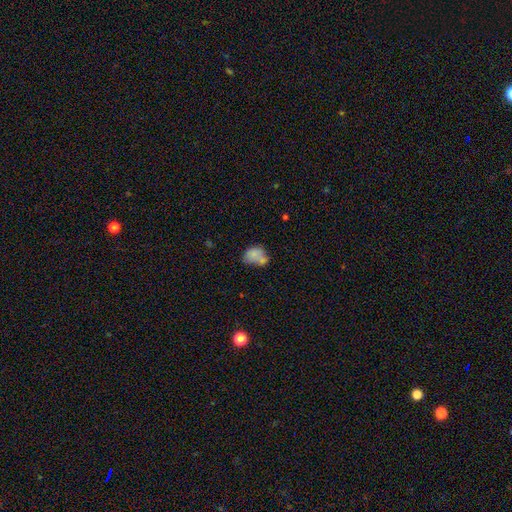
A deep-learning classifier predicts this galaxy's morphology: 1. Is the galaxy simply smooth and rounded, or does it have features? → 75% smooth, 15% featured or disk, 10% star or artifact.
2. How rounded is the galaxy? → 65% in between, 34% round, 1% cigar-shaped.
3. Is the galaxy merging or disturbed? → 37% merger, 35% none, 19% minor disturbance, 9% major disturbance.